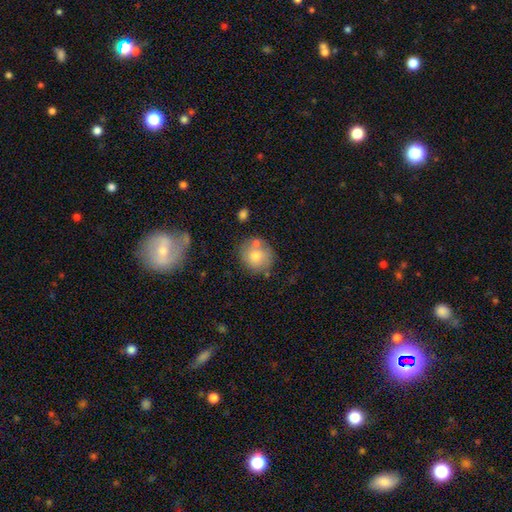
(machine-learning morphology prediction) A smooth galaxy with no disk features (74%) that is round (83%).

Vote fractions:
- Smooth or featured? smooth: 74% / featured or disk: 18% / star or artifact: 9%
- How rounded? round: 83% / in between: 16% / cigar-shaped: 1%
- Merging? none: 64% / minor disturbance: 17% / merger: 14% / major disturbance: 5%